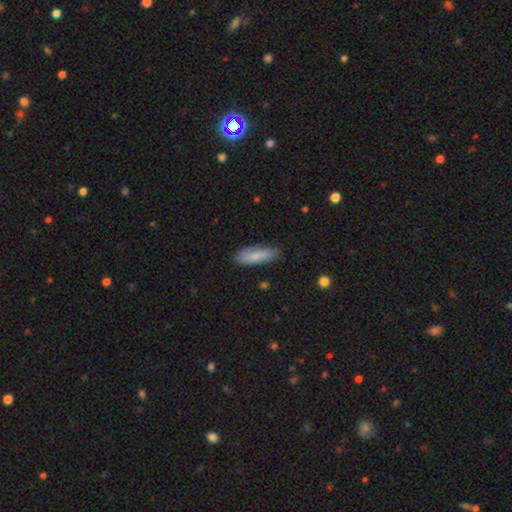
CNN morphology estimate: Smooth or featured? smooth (80%)
How rounded? cigar-shaped (52%)
Merging? none (82%)